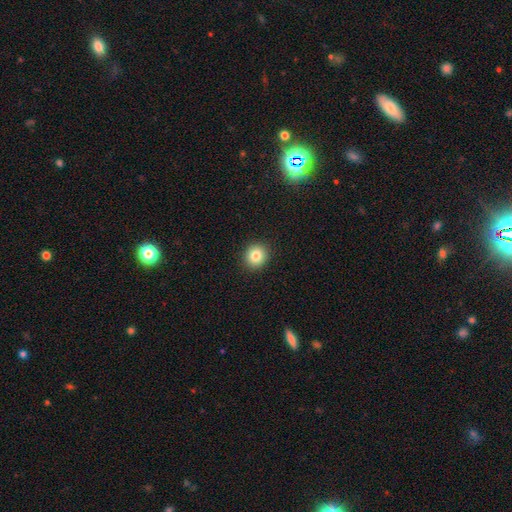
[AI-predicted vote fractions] smooth-or-featured: smooth: 84% | star or artifact: 10% | featured or disk: 6%
  how-rounded: round: 88% | in between: 11% | cigar-shaped: 1%
  merging: none: 92% | minor disturbance: 5% | major disturbance: 2% | merger: 1%